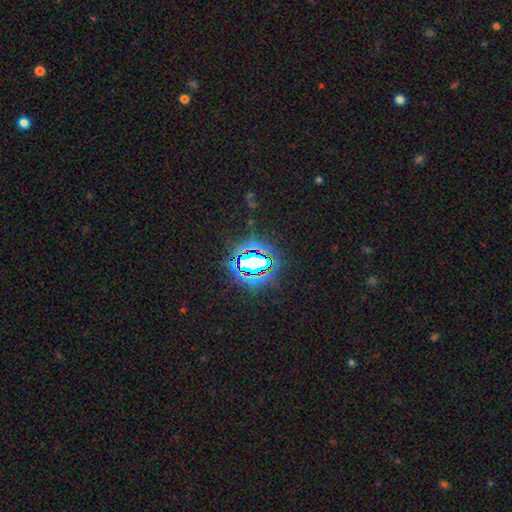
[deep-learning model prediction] smooth-or-featured: star or artifact: 75% | smooth: 15% | featured or disk: 11%